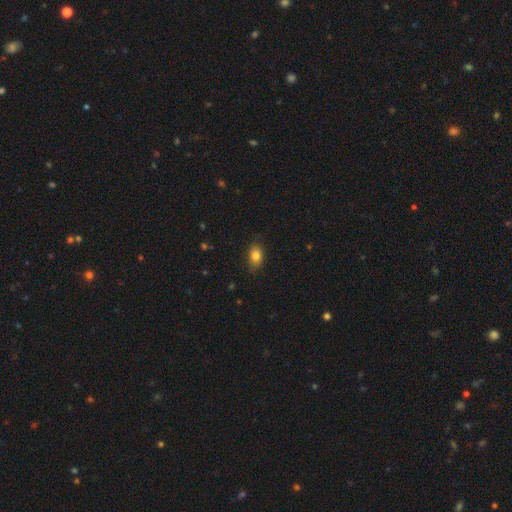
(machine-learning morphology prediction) Q: Smooth or featured?
A: smooth (81%); runner-up: featured or disk (10%)
Q: How rounded?
A: in between (80%); runner-up: round (18%)
Q: Merging?
A: none (84%); runner-up: minor disturbance (13%)